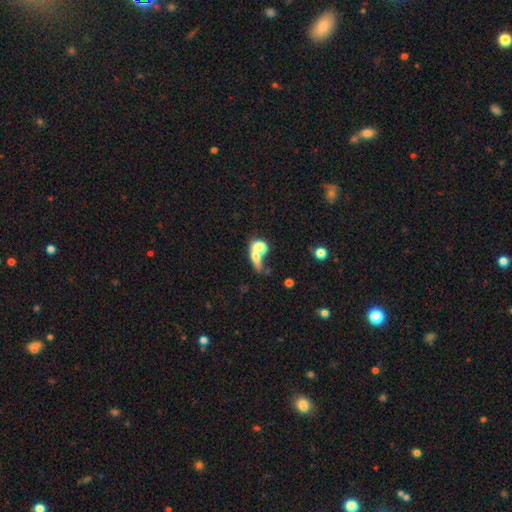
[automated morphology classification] smooth_or_featured: smooth (p=0.63) [alt: featured or disk p=0.23]
how_rounded: round (p=0.40) [alt: in between p=0.38]
merging: merger (p=0.48) [alt: none p=0.32]